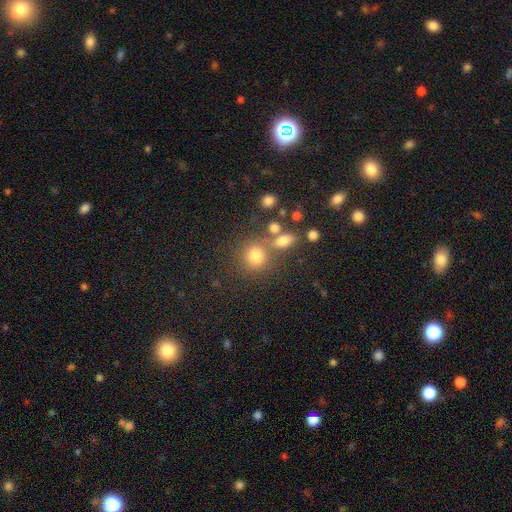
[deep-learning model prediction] Overall: smooth (76%). How rounded: round (83%). Merging: none (64%).